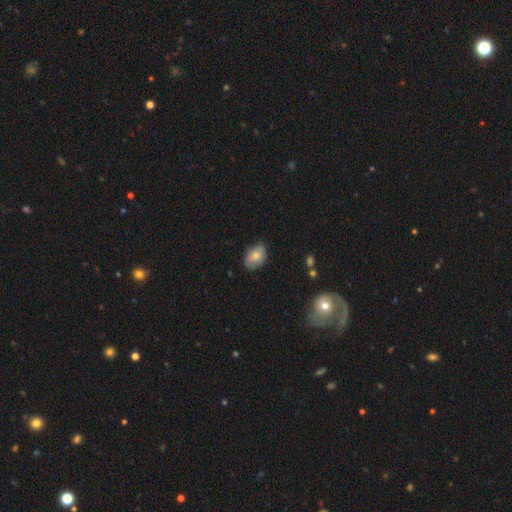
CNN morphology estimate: Q: Smooth or featured?
A: smooth (76%); runner-up: featured or disk (17%)
Q: How rounded?
A: in between (83%); runner-up: round (15%)
Q: Merging?
A: none (74%); runner-up: minor disturbance (21%)